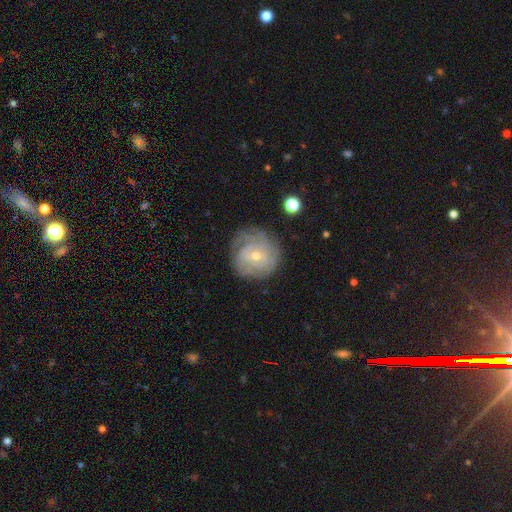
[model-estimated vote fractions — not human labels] Smooth or featured: featured or disk — 71% (smooth — 21%)
Edge-on disk: no — 97% (yes — 3%)
Bar: no — 58% (weak — 35%)
Spiral arms: yes — 87% (no — 13%)
Spiral winding: tight — 74% (medium — 20%)
Spiral arm count: can't tell — 53% (2 — 15%)
Bulge size: small — 60% (moderate — 37%)
Merging: none — 73% (minor disturbance — 18%)